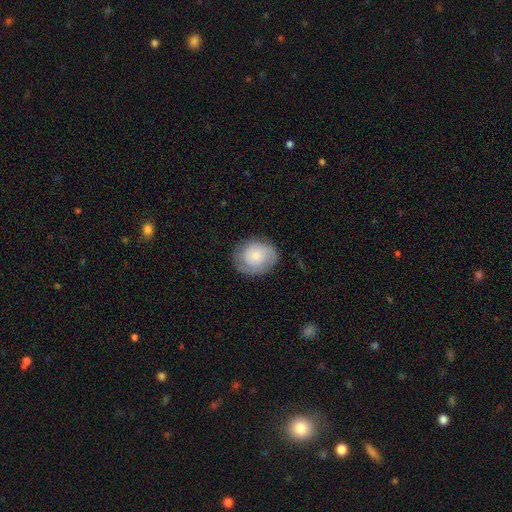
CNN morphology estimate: A smooth galaxy with no disk features (56%) that is round (70%). Merging: none (73%).